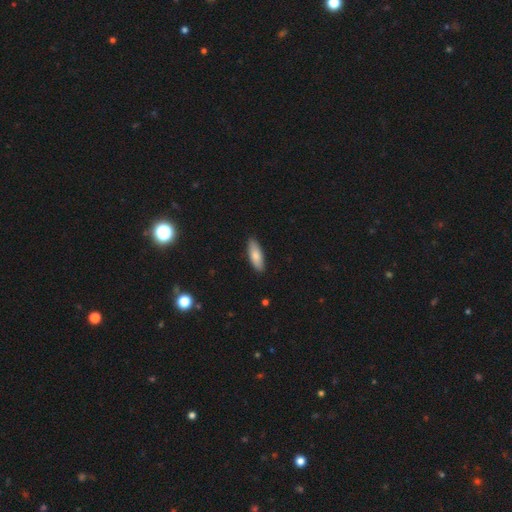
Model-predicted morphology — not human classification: A smooth galaxy with no disk features (80%) that is in between round and cigar-shaped (64%). Merging: none (89%).